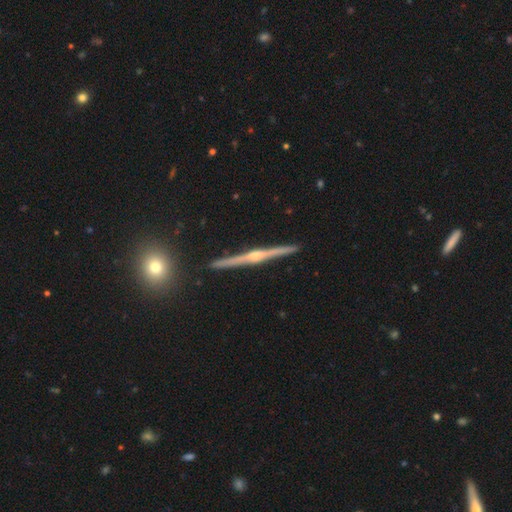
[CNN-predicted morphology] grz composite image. It shows a featured or disk galaxy (88%) viewed edge-on (99%) with a rounded central bulge (86%). Merging: none (93%).